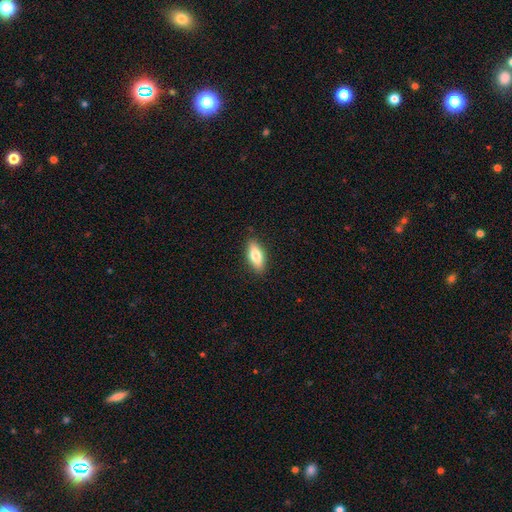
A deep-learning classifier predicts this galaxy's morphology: This appears to be a smooth galaxy with no disk features (76%) that is in between round and cigar-shaped (78%). Merging: none (87%).